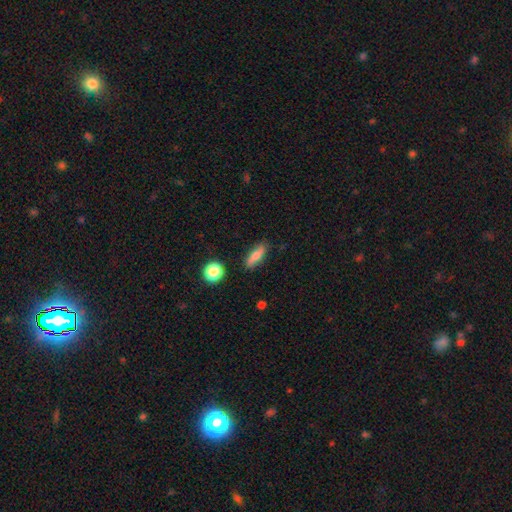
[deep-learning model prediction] A smooth galaxy with no disk features (70%) that is cigar-shaped (48%).

Vote fractions:
- Smooth or featured? smooth: 70% / featured or disk: 21% / star or artifact: 8%
- How rounded? cigar-shaped: 48% / in between: 46% / round: 6%
- Merging? none: 82% / minor disturbance: 13% / major disturbance: 3% / merger: 2%